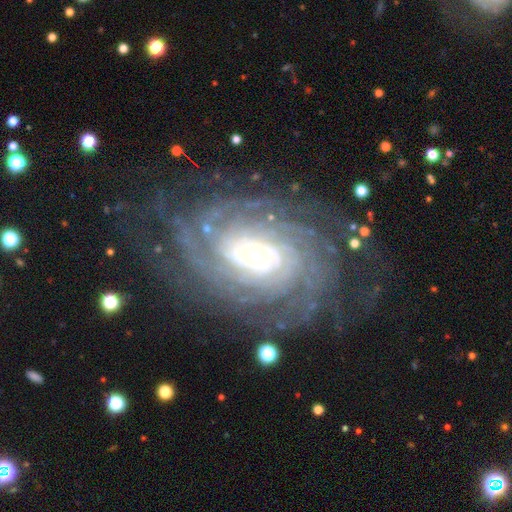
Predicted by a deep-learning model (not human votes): This appears to be a featured or disk galaxy (91%) with no bar (72%), more than 4 (25%) tight (80%) spiral arms (98%) and a small central bulge (67%). Merging: none (73%).